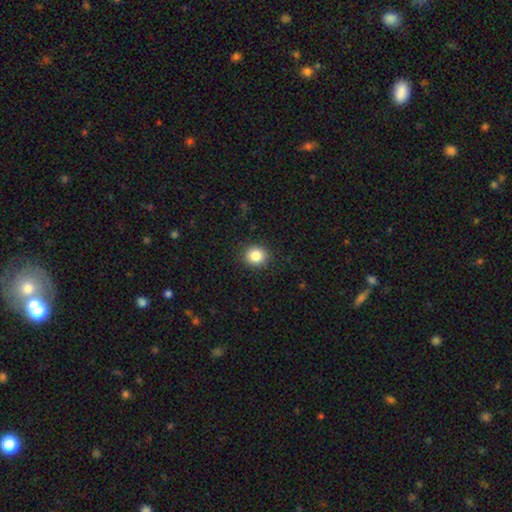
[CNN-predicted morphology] smooth-or-featured: smooth: 85% | star or artifact: 10% | featured or disk: 5%
  how-rounded: round: 83% | in between: 16% | cigar-shaped: 1%
  merging: none: 90% | minor disturbance: 7% | major disturbance: 2% | merger: 1%